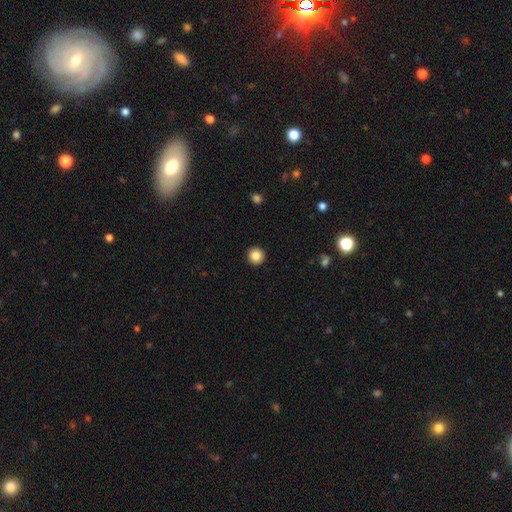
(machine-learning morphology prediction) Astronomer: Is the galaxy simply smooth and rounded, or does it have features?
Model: smooth — 85%.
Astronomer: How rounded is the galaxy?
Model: round — 96%.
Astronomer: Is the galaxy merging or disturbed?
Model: none — 93%.